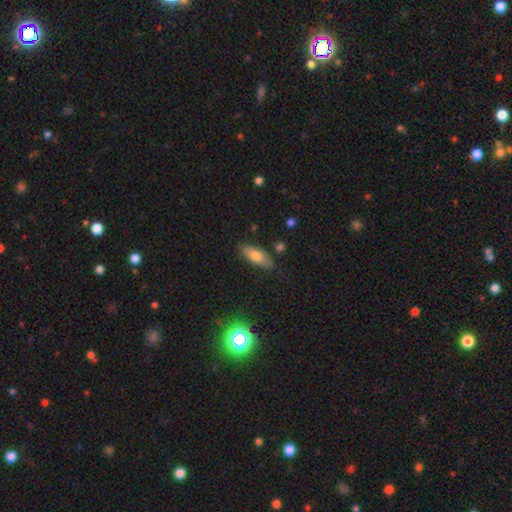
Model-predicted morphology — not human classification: Q: Smooth or featured?
A: smooth (69%); runner-up: featured or disk (23%)
Q: How rounded?
A: in between (70%); runner-up: cigar-shaped (27%)
Q: Merging?
A: none (80%); runner-up: minor disturbance (15%)